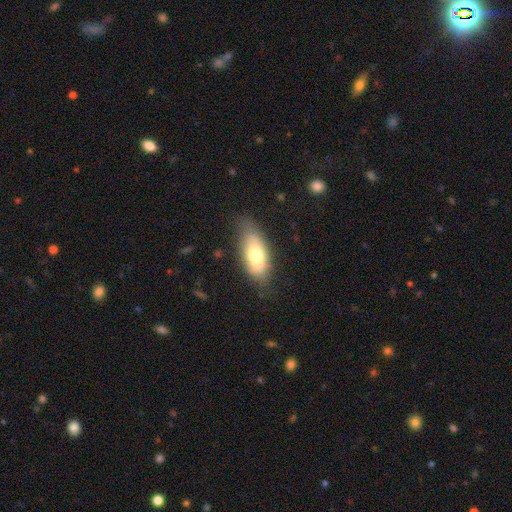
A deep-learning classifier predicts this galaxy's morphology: A smooth galaxy with no disk features (68%) that is in between round and cigar-shaped (88%). Merging: none (62%).